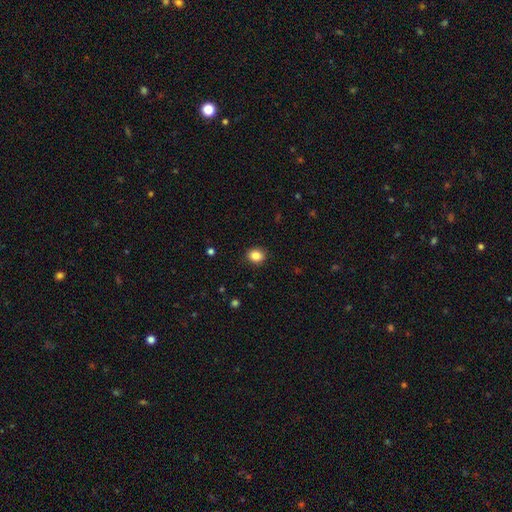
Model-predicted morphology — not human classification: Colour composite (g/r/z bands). It shows a smooth galaxy with no disk features (86%) that is round (67%). Merging: none (90%).